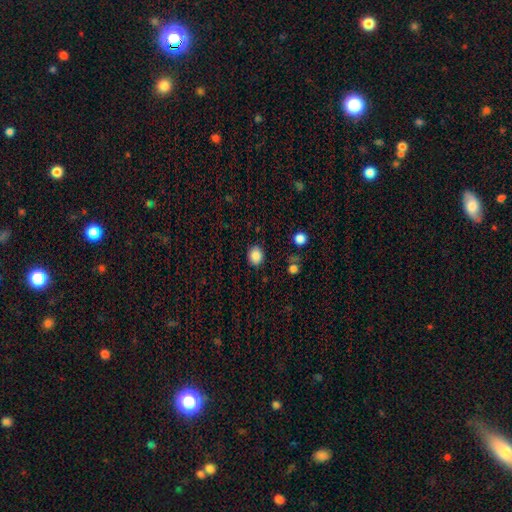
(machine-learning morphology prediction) This appears to be a smooth galaxy with no disk features (86%) that is round (67%). Merging: none (86%).